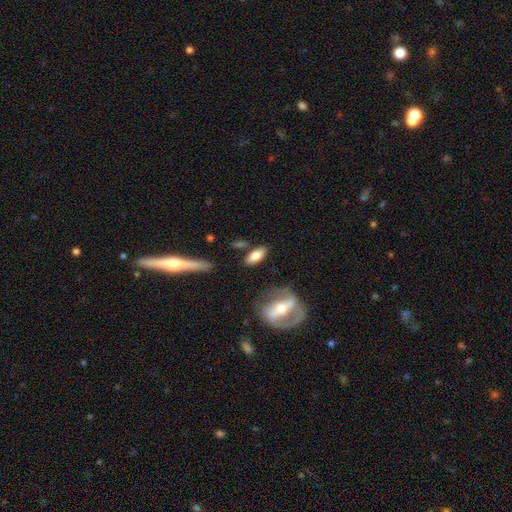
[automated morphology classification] A smooth galaxy with no disk features (73%) that is in between round and cigar-shaped (81%). Merging: none (78%).